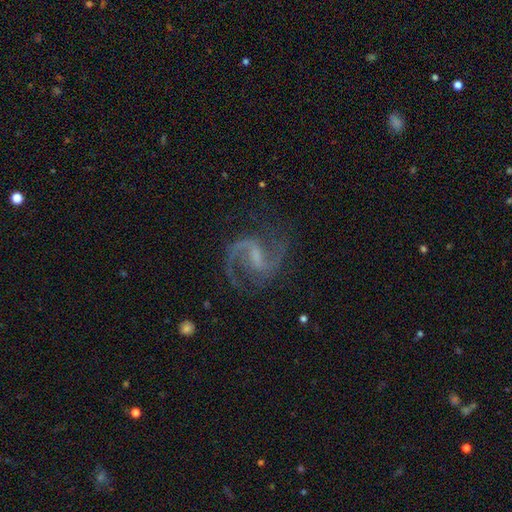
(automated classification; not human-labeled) Smooth or featured? Predicted: featured or disk (p=0.91). Edge-on disk? Predicted: no (p=0.98). Bar? Predicted: weak (p=0.54). Spiral arms? Predicted: yes (p=0.98). Spiral winding? Predicted: medium (p=0.60). Spiral arm count? Predicted: 2 (p=0.93). Bulge size? Predicted: small (p=0.44). Merging? Predicted: none (p=0.77).